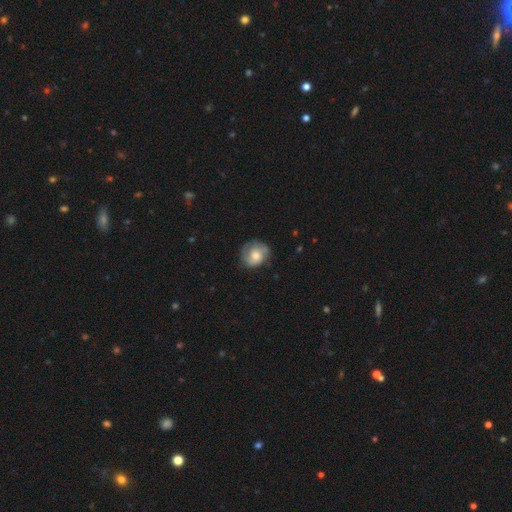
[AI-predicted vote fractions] smooth_or_featured: featured or disk (p=0.51) [alt: smooth p=0.43]
disk_edge_on: no (p=0.97) [alt: yes p=0.03]
merging: none (p=0.66) [alt: minor disturbance p=0.23]